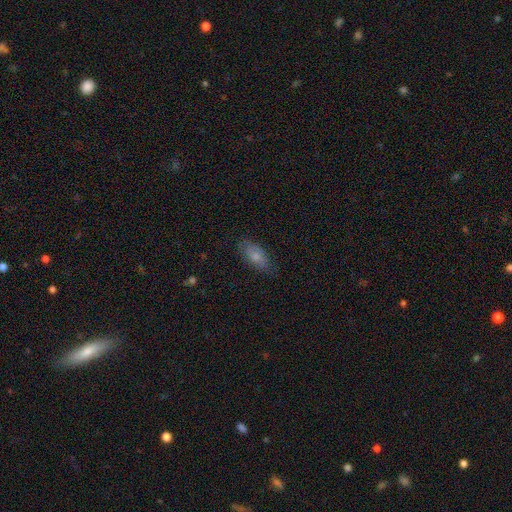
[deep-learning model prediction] This appears to be a smooth galaxy with no disk features (70%) that is in between round and cigar-shaped (87%). Merging: none (74%).